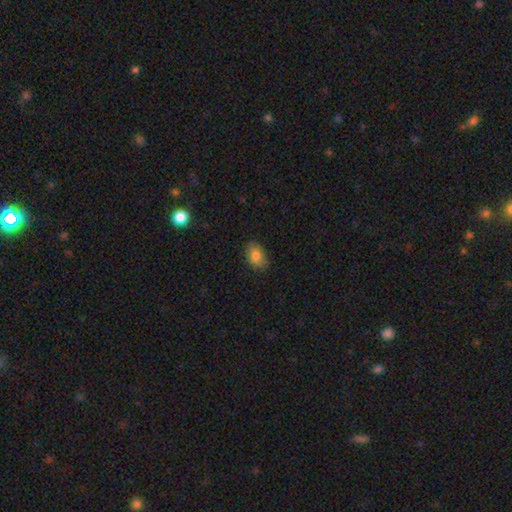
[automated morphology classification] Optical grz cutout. It shows a smooth galaxy with no disk features (85%) that is in between round and cigar-shaped (86%). Merging: none (83%).